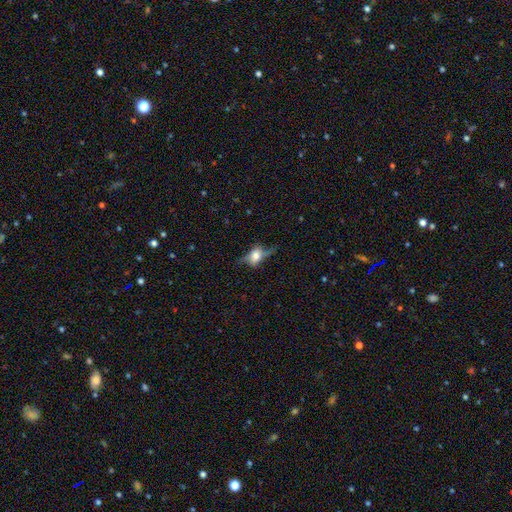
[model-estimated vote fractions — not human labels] Overall: featured or disk (53%; smooth 37%). Edge-on disk: yes (68%; no 32%). Merging: none (58%; minor disturbance 23%).